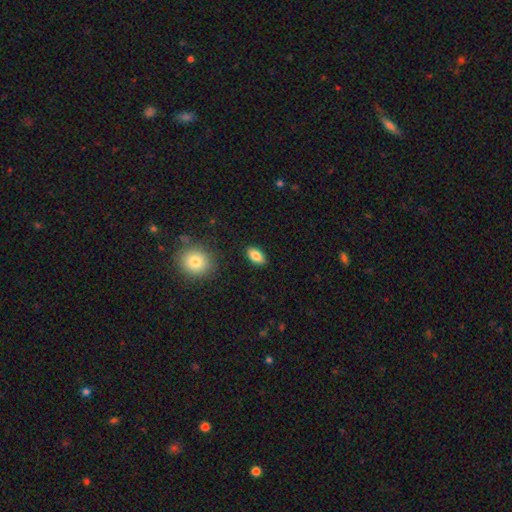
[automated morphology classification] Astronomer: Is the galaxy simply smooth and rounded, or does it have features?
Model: smooth — 85%.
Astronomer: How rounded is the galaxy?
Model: in between — 92%.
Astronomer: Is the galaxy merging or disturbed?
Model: none — 88%.